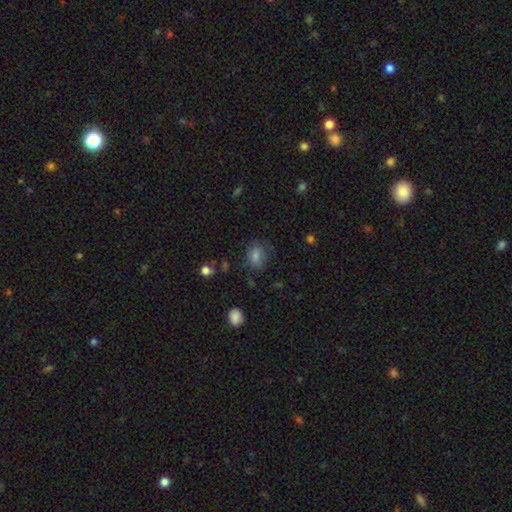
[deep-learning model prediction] smooth_or_featured: smooth (p=0.74) [alt: star or artifact p=0.16]
how_rounded: round (p=0.53) [alt: in between p=0.45]
merging: none (p=0.75) [alt: minor disturbance p=0.17]